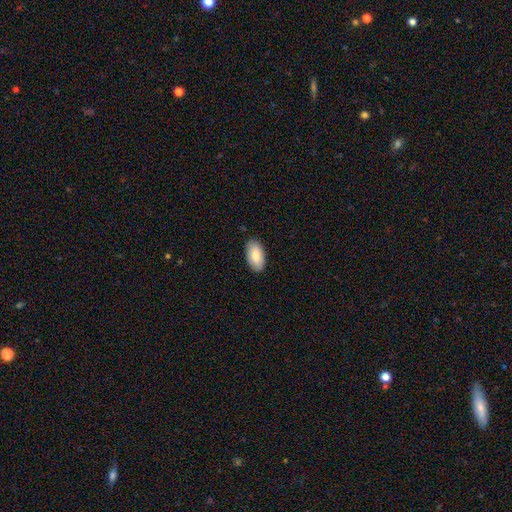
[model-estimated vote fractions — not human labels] Q: Smooth or featured?
A: smooth (86%); runner-up: featured or disk (8%)
Q: How rounded?
A: in between (95%); runner-up: cigar-shaped (3%)
Q: Merging?
A: none (88%); runner-up: minor disturbance (9%)